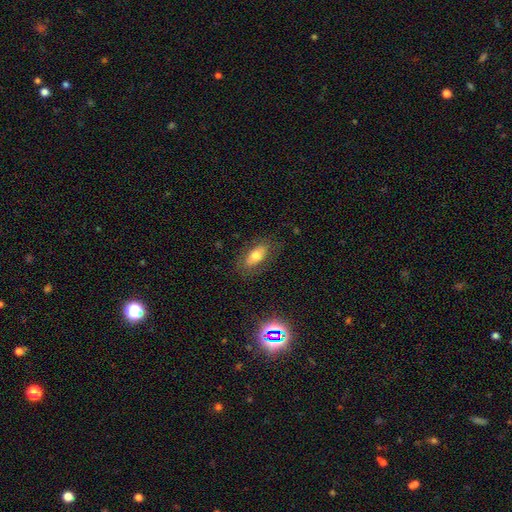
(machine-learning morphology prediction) This is likely a smooth galaxy (64%). How rounded: clearly in between (83%). Merging: likely none (78%).